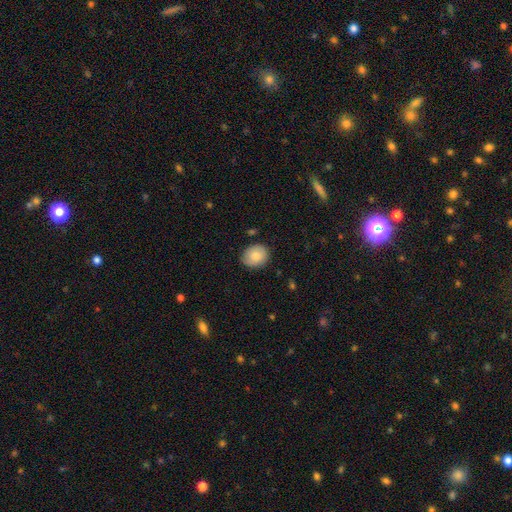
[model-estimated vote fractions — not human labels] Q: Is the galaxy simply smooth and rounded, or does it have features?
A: smooth — 83%.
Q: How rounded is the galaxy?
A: round — 59%.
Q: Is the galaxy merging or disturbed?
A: none — 84%.